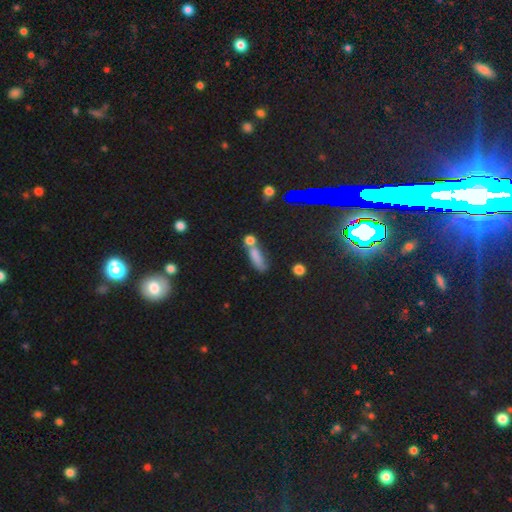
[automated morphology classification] Smooth or featured?
  - smooth: 71% *
  - star or artifact: 16%
  - featured or disk: 14%
How rounded?
  - cigar-shaped: 54% *
  - in between: 40%
  - round: 6%
Merging?
  - merger: 39% *
  - none: 37%
  - minor disturbance: 15%
  - major disturbance: 9%